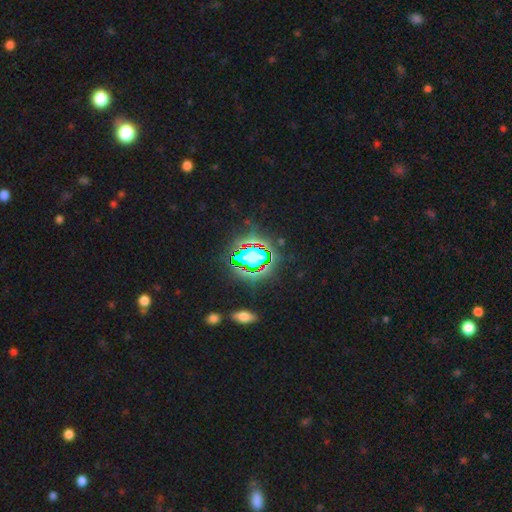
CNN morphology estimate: Overall: star or artifact (67%).